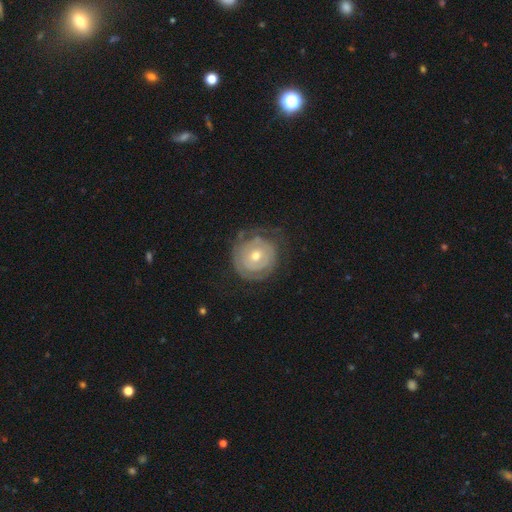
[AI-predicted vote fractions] Smooth or featured: featured or disk — 71% (smooth — 24%)
Edge-on disk: no — 97% (yes — 3%)
Bar: no — 78% (weak — 17%)
Spiral arms: yes — 68% (no — 32%)
Bulge size: moderate — 54% (small — 42%)
Merging: none — 68% (minor disturbance — 19%)